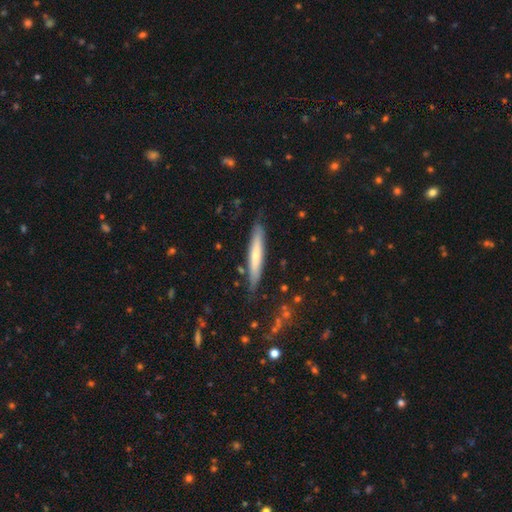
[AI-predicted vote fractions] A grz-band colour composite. It shows a smooth galaxy with no disk features (56%) that is cigar-shaped (93%). Merging: none (83%).